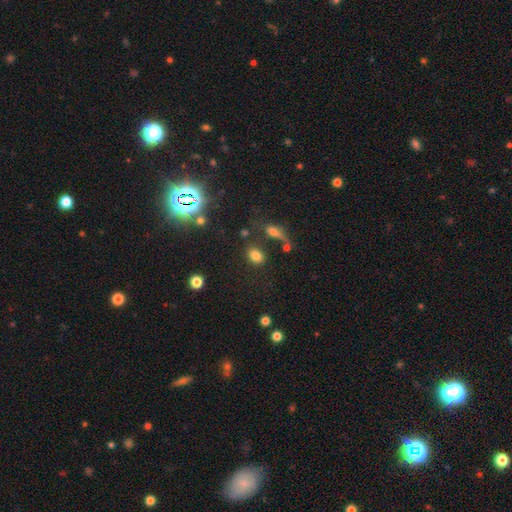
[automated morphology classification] smooth_or_featured: smooth (p=0.76) [alt: star or artifact p=0.15]
how_rounded: in between (p=0.68) [alt: round p=0.29]
merging: none (p=0.72) [alt: minor disturbance p=0.12]